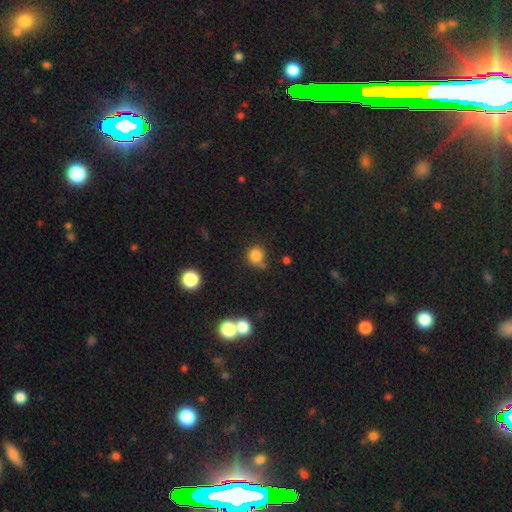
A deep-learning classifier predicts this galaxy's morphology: Smooth or featured: smooth — 81% (star or artifact — 13%)
How rounded: round — 88% (in between — 11%)
Merging: none — 66% (minor disturbance — 20%)